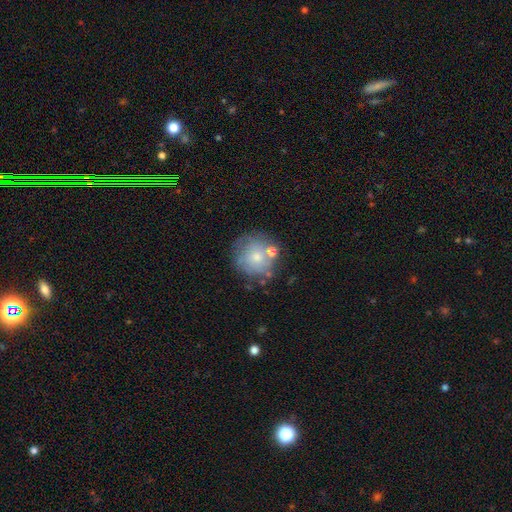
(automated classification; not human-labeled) Smooth or featured: smooth — 55% (featured or disk — 36%)
How rounded: round — 92% (in between — 7%)
Merging: none — 64% (minor disturbance — 17%)